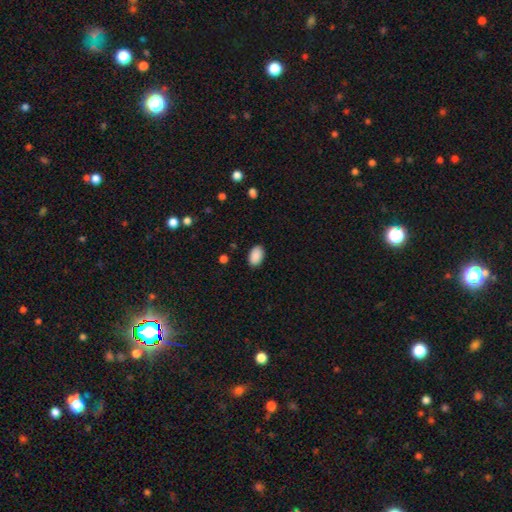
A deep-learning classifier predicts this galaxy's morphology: smooth 90%, star or artifact 7%, featured or disk 3%. Down the decision tree: how rounded — in between (92%); merging — none (89%).